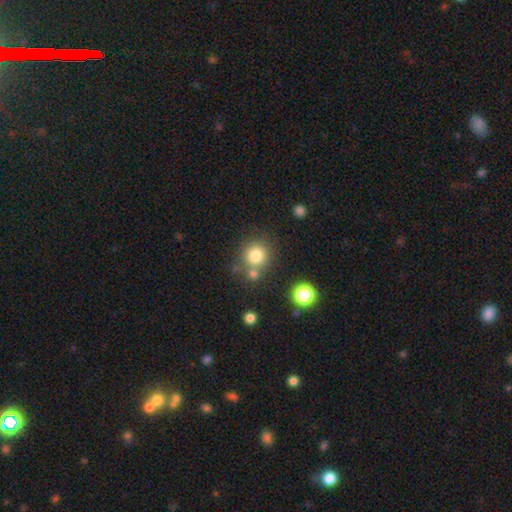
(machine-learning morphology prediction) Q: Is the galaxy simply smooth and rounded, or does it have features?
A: smooth — 81%.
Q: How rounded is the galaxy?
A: round — 91%.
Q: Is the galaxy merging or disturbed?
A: none — 68%.